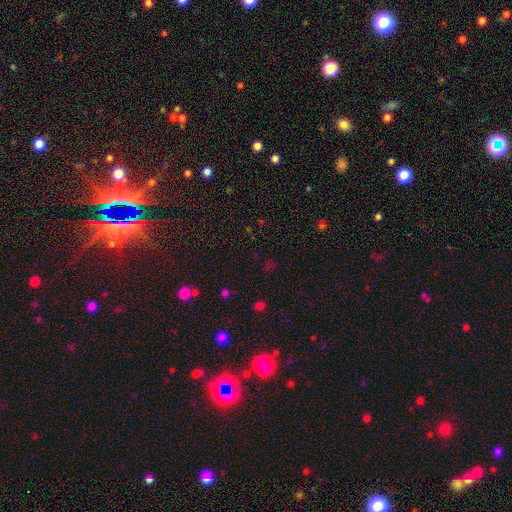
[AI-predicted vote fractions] A star or artifact, not a galaxy (61%).

Vote fractions:
- Smooth or featured? star or artifact: 61% / smooth: 31% / featured or disk: 8%